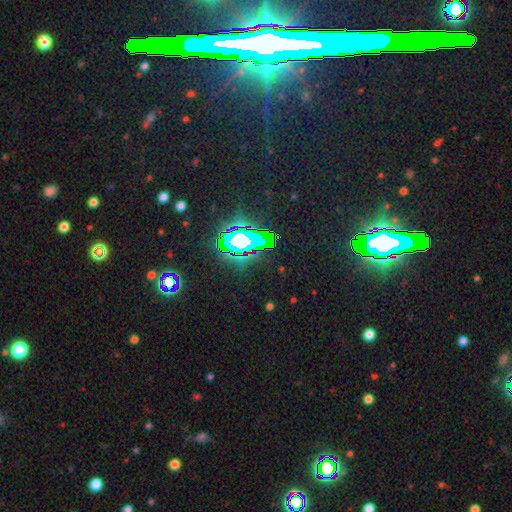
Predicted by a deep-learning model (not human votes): Smooth or featured? star or artifact (80%)